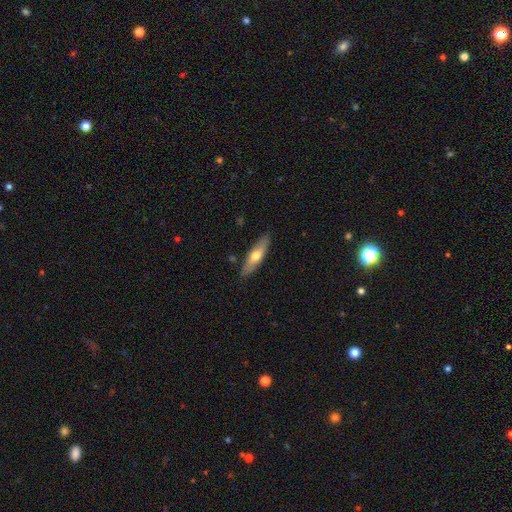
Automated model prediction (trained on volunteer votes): Q: Smooth or featured?
A: smooth (55%); runner-up: featured or disk (40%)
Q: How rounded?
A: cigar-shaped (62%); runner-up: in between (36%)
Q: Merging?
A: none (85%); runner-up: minor disturbance (11%)